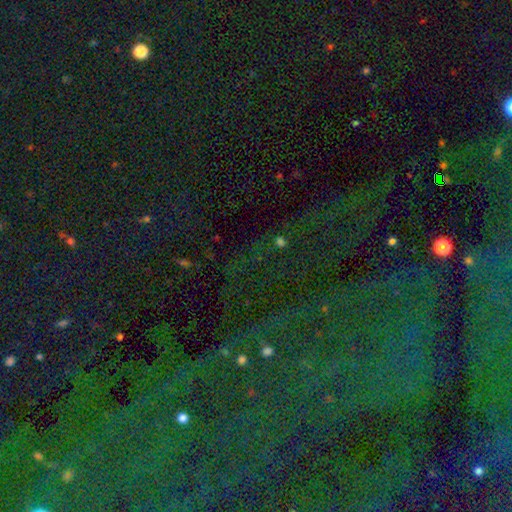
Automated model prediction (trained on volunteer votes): A star or artifact, not a galaxy (83%).